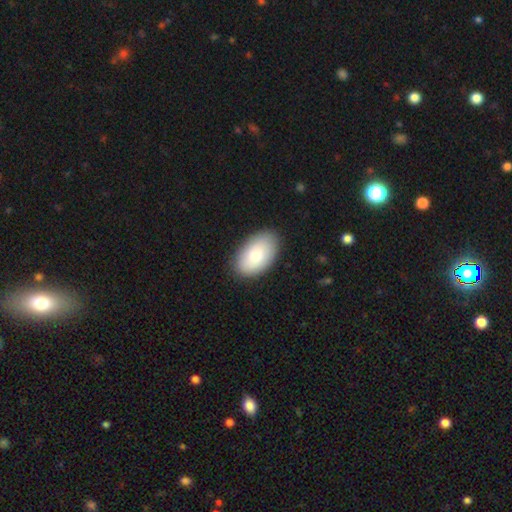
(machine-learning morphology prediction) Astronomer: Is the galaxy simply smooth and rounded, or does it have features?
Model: smooth — 84%.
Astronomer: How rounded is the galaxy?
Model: in between — 94%.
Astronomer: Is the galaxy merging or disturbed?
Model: none — 87%.